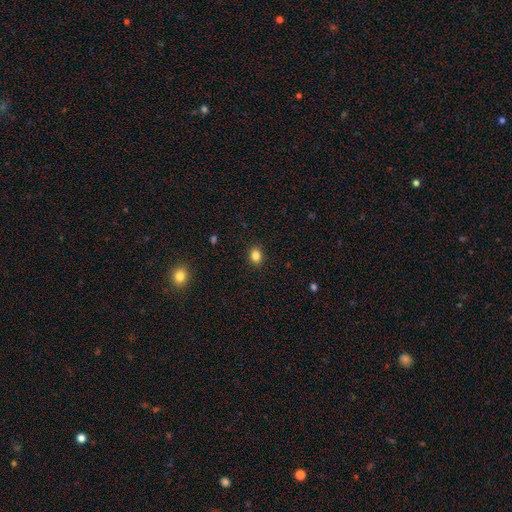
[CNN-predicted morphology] Q: Smooth or featured?
A: smooth (84%); runner-up: star or artifact (11%)
Q: How rounded?
A: in between (55%); runner-up: round (44%)
Q: Merging?
A: none (89%); runner-up: minor disturbance (7%)